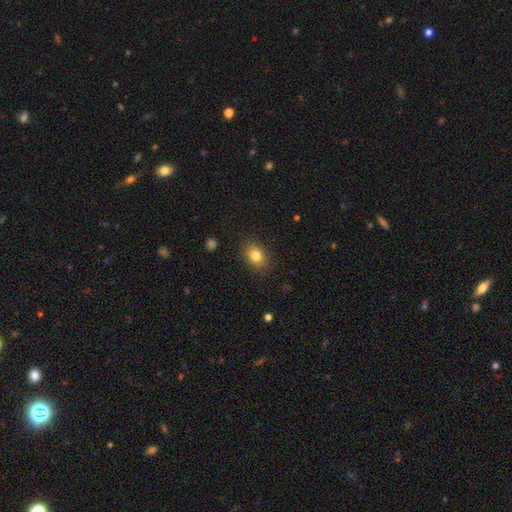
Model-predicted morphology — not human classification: Smooth or featured?
  - smooth: 82% *
  - star or artifact: 10%
  - featured or disk: 8%
How rounded?
  - in between: 60% *
  - round: 39%
  - cigar-shaped: 1%
Merging?
  - none: 87% *
  - minor disturbance: 9%
  - major disturbance: 3%
  - merger: 1%